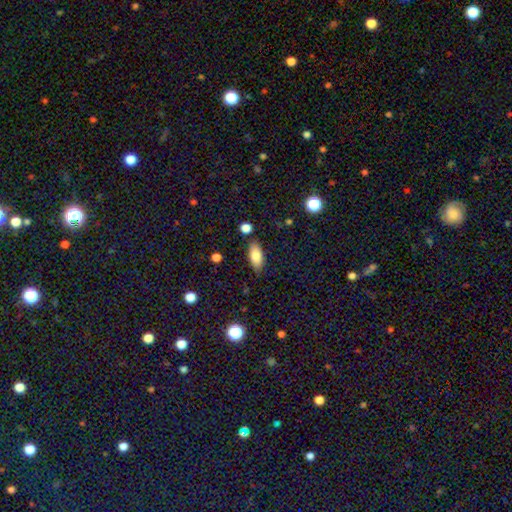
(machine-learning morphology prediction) Overall: smooth (82%). How rounded: in between (88%). Merging: none (83%).